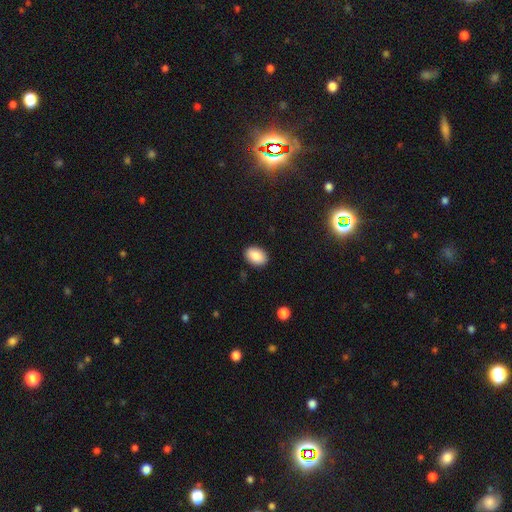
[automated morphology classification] A smooth galaxy with no disk features (86%) that is in between round and cigar-shaped (83%). Merging: none (89%).